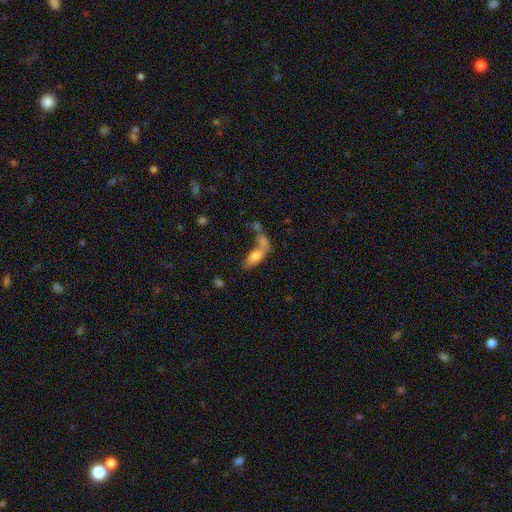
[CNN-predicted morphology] type=smooth (72%); roundness=in between (79%); merging=merger (53%).